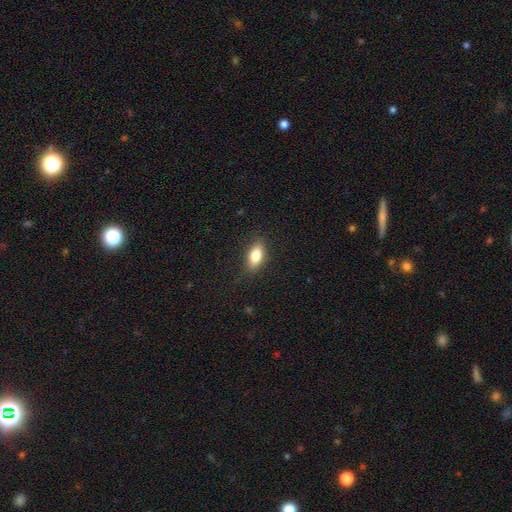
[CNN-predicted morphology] Overall: smooth (81%). How rounded: in between (86%). Merging: none (84%).